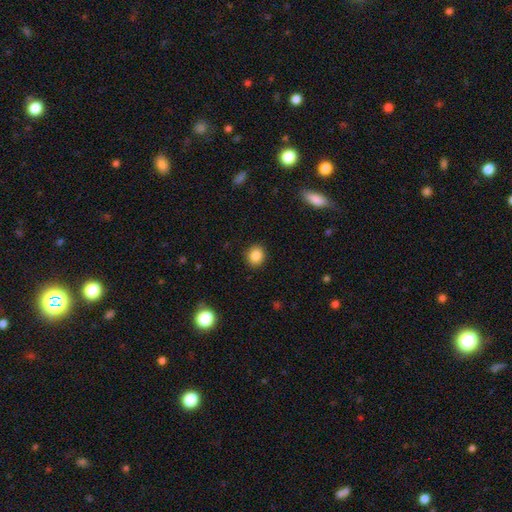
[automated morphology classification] The model was most divided on "how rounded": round: 76%, in between: 23%, cigar-shaped: 1%. More confident: merging — none (91%); smooth or featured — smooth (86%).